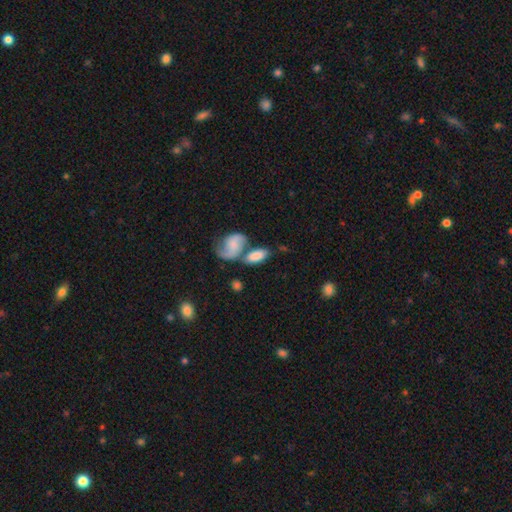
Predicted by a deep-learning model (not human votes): smooth-or-featured: smooth: 68% | featured or disk: 25% | star or artifact: 6%
  how-rounded: in between: 89% | cigar-shaped: 6% | round: 5%
  merging: merger: 43% | none: 37% | minor disturbance: 14% | major disturbance: 6%